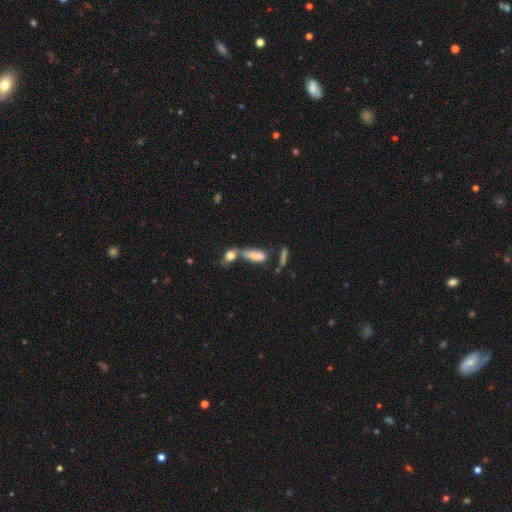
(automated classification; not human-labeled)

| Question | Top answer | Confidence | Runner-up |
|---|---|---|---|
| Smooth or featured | smooth | 73% | featured or disk (16%) |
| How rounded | in between | 61% | cigar-shaped (35%) |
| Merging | merger | 51% | none (28%) |